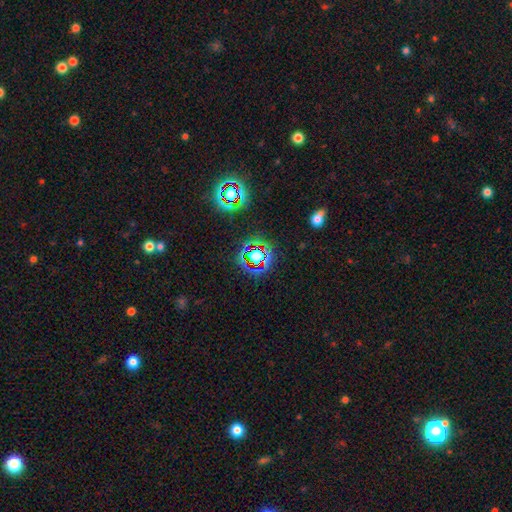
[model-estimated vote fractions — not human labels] smooth-or-featured: star or artifact: 66% | smooth: 22% | featured or disk: 12%